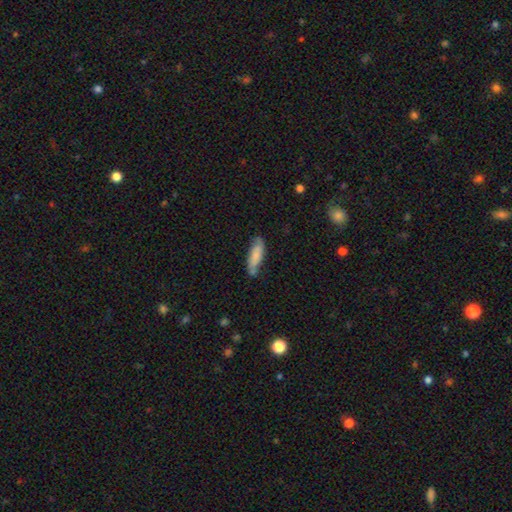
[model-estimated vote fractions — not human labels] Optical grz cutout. It shows a smooth galaxy with no disk features (69%) that is in between round and cigar-shaped (51%). Merging: none (61%).